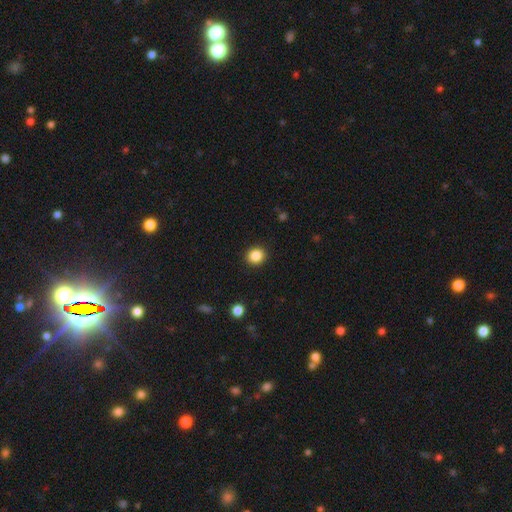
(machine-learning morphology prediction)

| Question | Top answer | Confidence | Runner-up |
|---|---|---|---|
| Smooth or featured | smooth | 86% | star or artifact (10%) |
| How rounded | round | 83% | in between (16%) |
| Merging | none | 92% | minor disturbance (5%) |